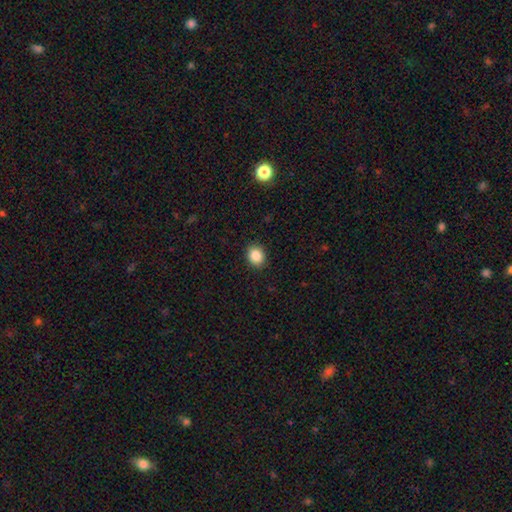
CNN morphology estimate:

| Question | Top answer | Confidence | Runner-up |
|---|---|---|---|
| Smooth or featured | smooth | 86% | star or artifact (10%) |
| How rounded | round | 64% | in between (35%) |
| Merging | none | 90% | minor disturbance (7%) |